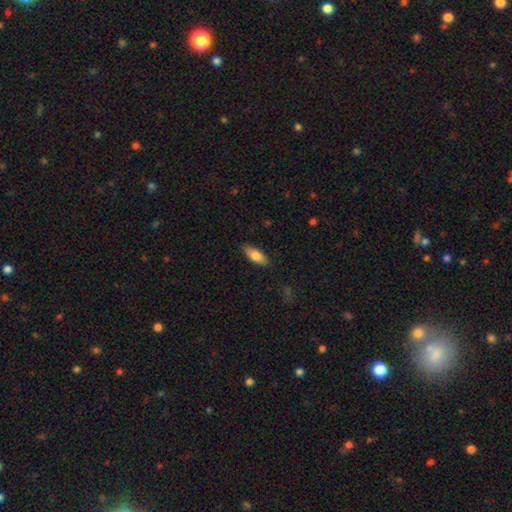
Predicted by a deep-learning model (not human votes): This appears to be a smooth galaxy with no disk features (77%) that is in between round and cigar-shaped (79%). Merging: none (86%).